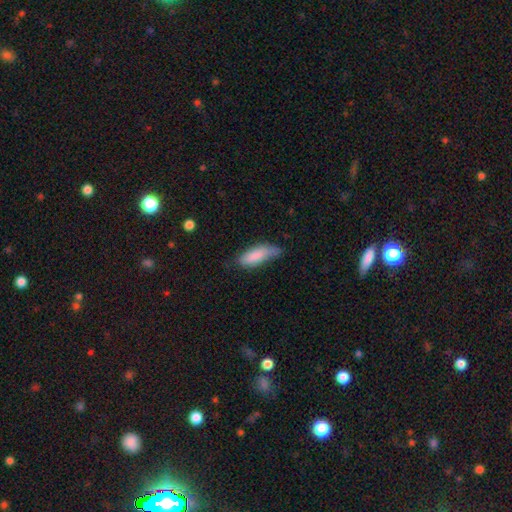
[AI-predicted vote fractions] Smooth or featured?
  - smooth: 84% *
  - featured or disk: 10%
  - star or artifact: 6%
How rounded?
  - in between: 69% *
  - cigar-shaped: 29%
  - round: 2%
Merging?
  - none: 47% *
  - minor disturbance: 40%
  - major disturbance: 10%
  - merger: 3%